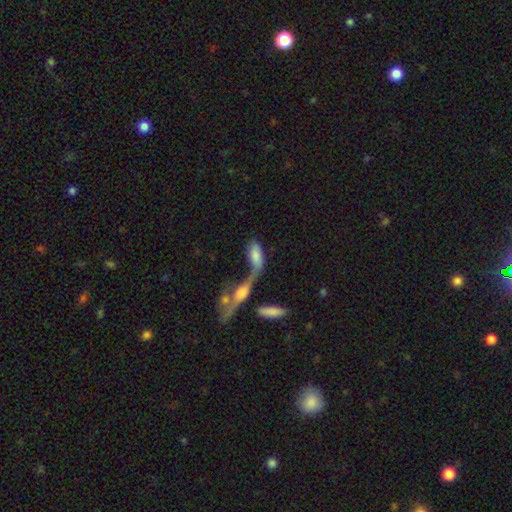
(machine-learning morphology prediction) type=smooth (70%); roundness=in between (79%); merging=merger (59%).